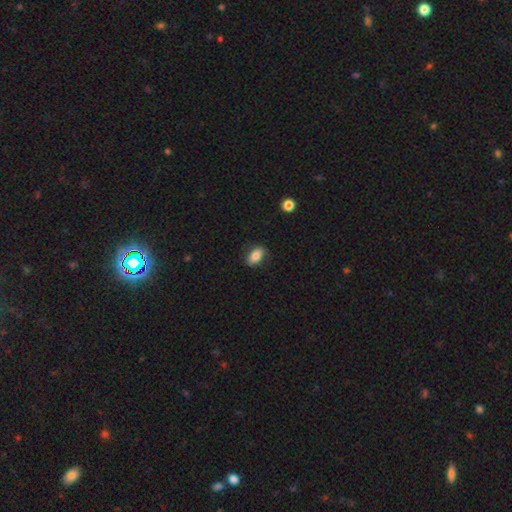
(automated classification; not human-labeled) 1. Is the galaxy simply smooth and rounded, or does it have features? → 80% smooth, 12% featured or disk, 8% star or artifact.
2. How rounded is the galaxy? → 88% in between, 9% round, 4% cigar-shaped.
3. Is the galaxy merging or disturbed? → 78% none, 16% minor disturbance, 4% major disturbance, 1% merger.